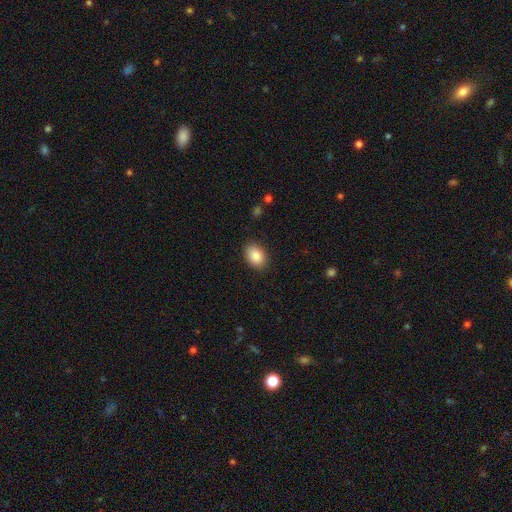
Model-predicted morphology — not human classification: smooth_or_featured: smooth (p=0.88) [alt: star or artifact p=0.08]
how_rounded: in between (p=0.77) [alt: round p=0.22]
merging: none (p=0.87) [alt: minor disturbance p=0.09]